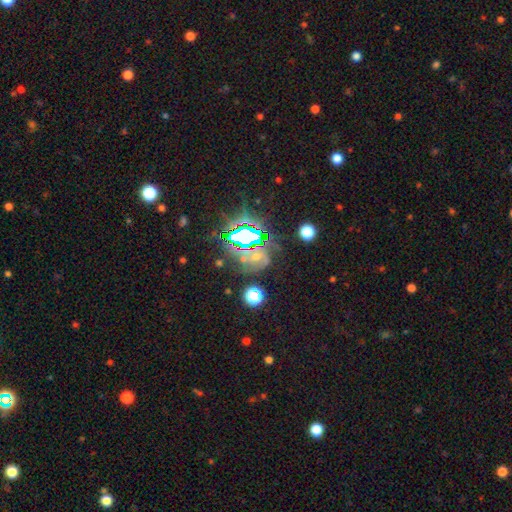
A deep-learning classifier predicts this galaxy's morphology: Smooth or featured?
  - star or artifact: 68% *
  - featured or disk: 17%
  - smooth: 15%